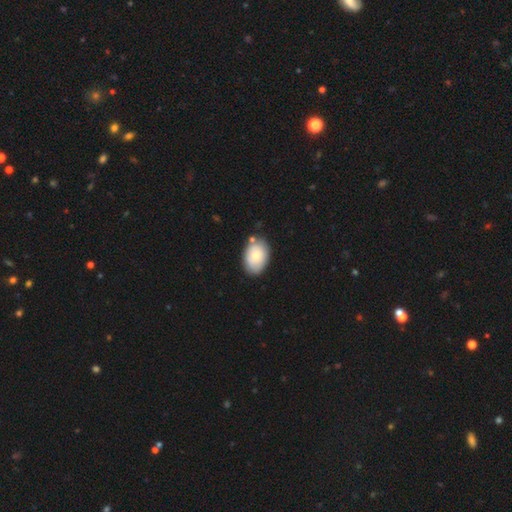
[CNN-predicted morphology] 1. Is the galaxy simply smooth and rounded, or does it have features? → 73% smooth, 20% featured or disk, 6% star or artifact.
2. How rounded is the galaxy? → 83% in between, 16% round, 1% cigar-shaped.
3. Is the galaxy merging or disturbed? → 75% none, 16% minor disturbance, 6% merger, 3% major disturbance.